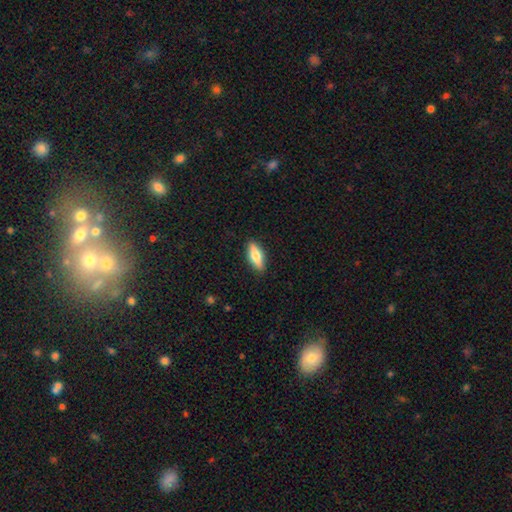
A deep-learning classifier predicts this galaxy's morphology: A smooth galaxy with no disk features (68%) that is in between round and cigar-shaped (60%).

Vote fractions:
- Smooth or featured? smooth: 68% / featured or disk: 27% / star or artifact: 6%
- How rounded? in between: 60% / cigar-shaped: 37% / round: 2%
- Merging? none: 89% / minor disturbance: 9% / major disturbance: 2% / merger: 1%